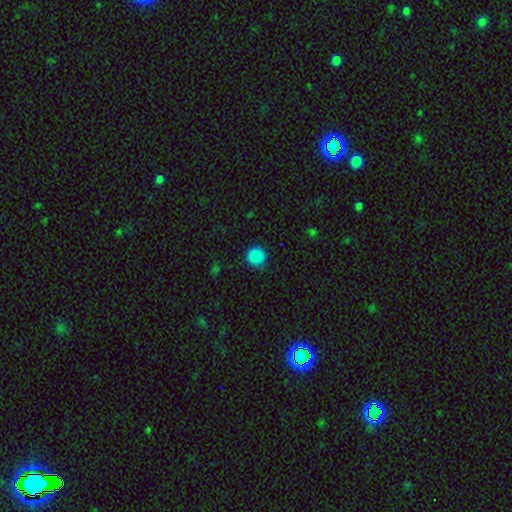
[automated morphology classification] smooth_or_featured: smooth (p=0.88) [alt: star or artifact p=0.10]
how_rounded: round (p=0.94) [alt: in between p=0.05]
merging: none (p=0.90) [alt: minor disturbance p=0.07]